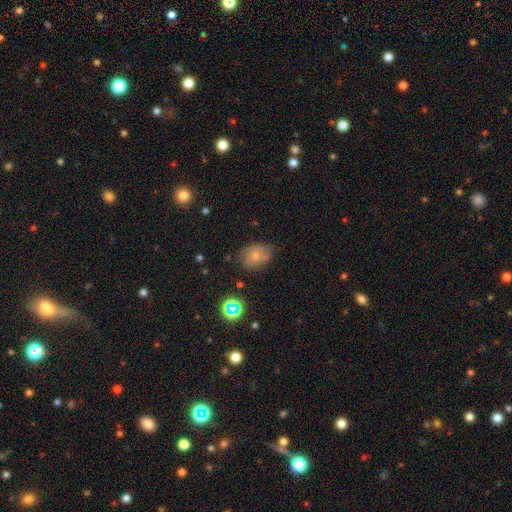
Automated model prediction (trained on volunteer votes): Smooth or featured?
  - smooth: 66% *
  - featured or disk: 20%
  - star or artifact: 14%
How rounded?
  - in between: 68% *
  - round: 30%
  - cigar-shaped: 1%
Merging?
  - none: 58% *
  - minor disturbance: 28%
  - major disturbance: 8%
  - merger: 5%